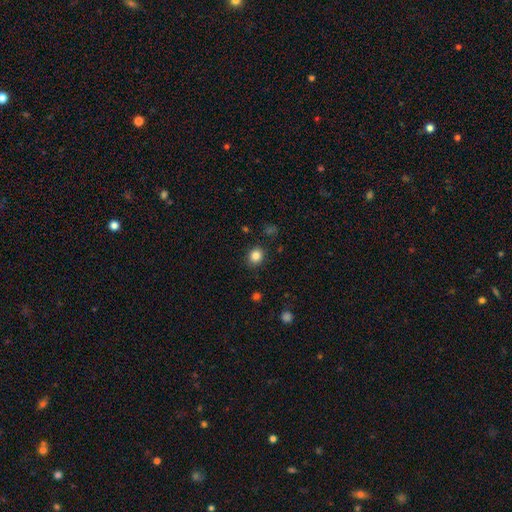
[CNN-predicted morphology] This appears to be a smooth galaxy with no disk features (85%) that is round (74%). Merging: none (87%).